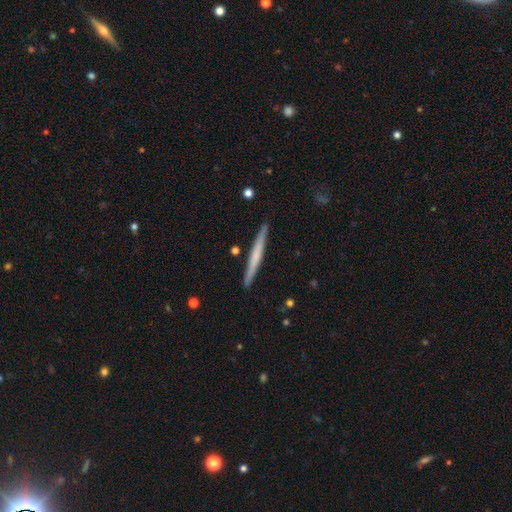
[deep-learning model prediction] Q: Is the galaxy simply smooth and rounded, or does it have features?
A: smooth — 49%.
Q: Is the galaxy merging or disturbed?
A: none — 91%.